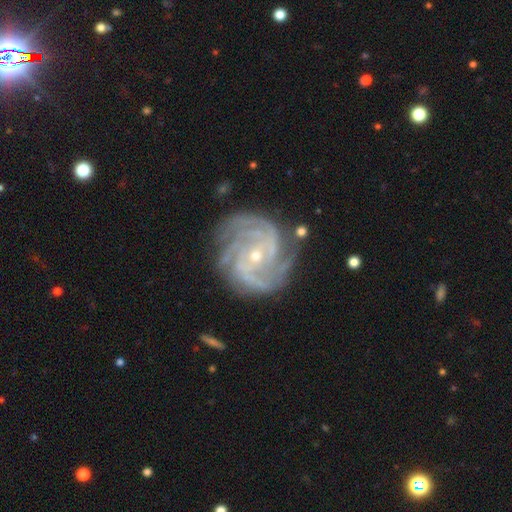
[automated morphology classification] Smooth or featured? Predicted: featured or disk (p=0.92). Edge-on disk? Predicted: no (p=0.98). Bar? Predicted: no (p=0.54). Spiral arms? Predicted: yes (p=0.98). Spiral winding? Predicted: tight (p=0.66). Spiral arm count? Predicted: 4 (p=0.33). Bulge size? Predicted: small (p=0.75). Merging? Predicted: none (p=0.76).